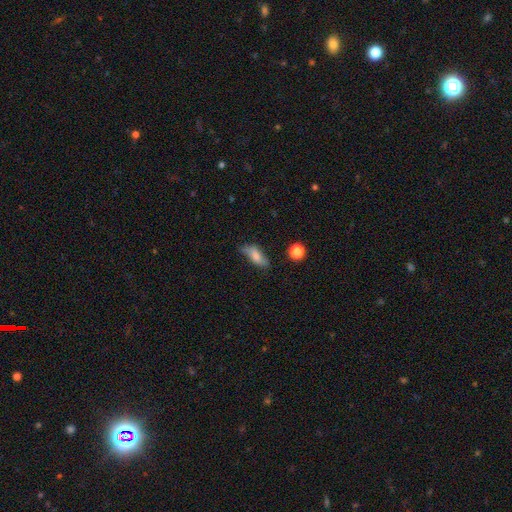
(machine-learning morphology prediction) type=smooth (70%); roundness=in between (72%); merging=none (60%).